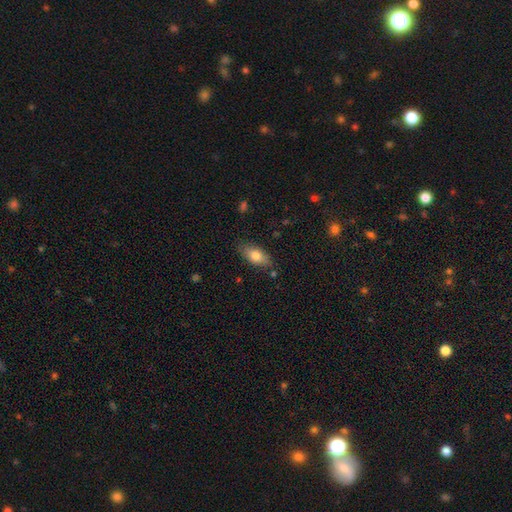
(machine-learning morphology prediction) smooth 76%, featured or disk 16%, star or artifact 7%. Down the decision tree: how rounded — in between (85%); merging — none (80%).